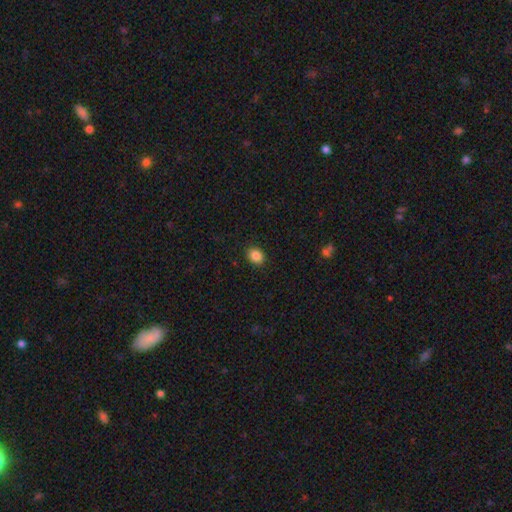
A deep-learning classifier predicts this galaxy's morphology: Overall: smooth (87%). How rounded: in between (53%; round 46%). Merging: none (90%).